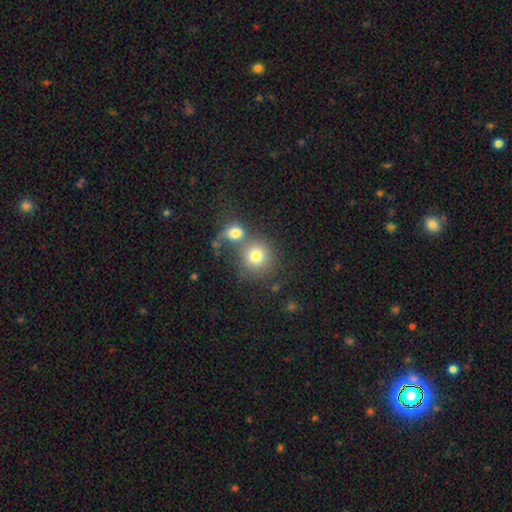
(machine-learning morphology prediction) A smooth galaxy with no disk features (76%) that is round (88%). Merging: none (49%).